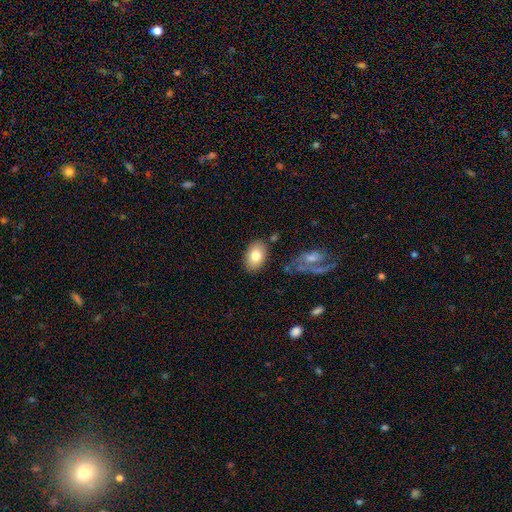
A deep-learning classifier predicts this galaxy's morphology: type=smooth (78%); roundness=in between (86%); merging=none (81%).